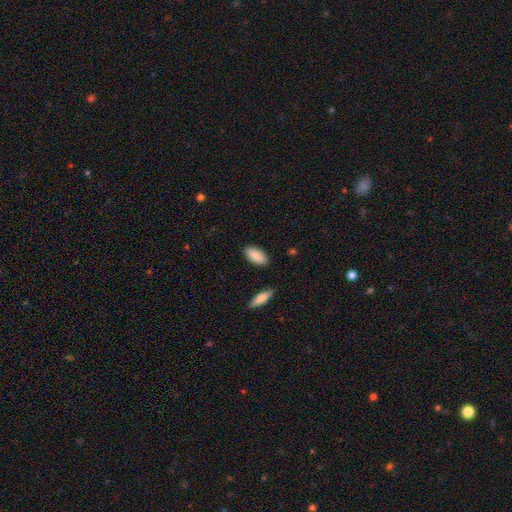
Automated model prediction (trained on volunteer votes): A smooth galaxy with no disk features (88%) that is in between round and cigar-shaped (87%).

Vote fractions:
- Smooth or featured? smooth: 88% / featured or disk: 6% / star or artifact: 6%
- How rounded? in between: 87% / cigar-shaped: 11% / round: 2%
- Merging? none: 87% / minor disturbance: 9% / merger: 2% / major disturbance: 2%